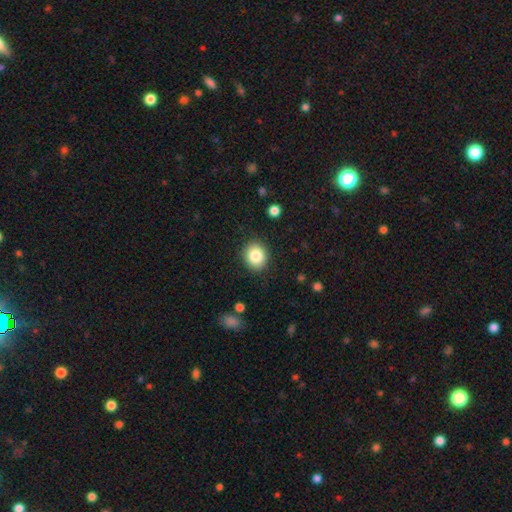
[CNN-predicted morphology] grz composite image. It shows a smooth galaxy with no disk features (85%) that is round (72%). Merging: none (89%).